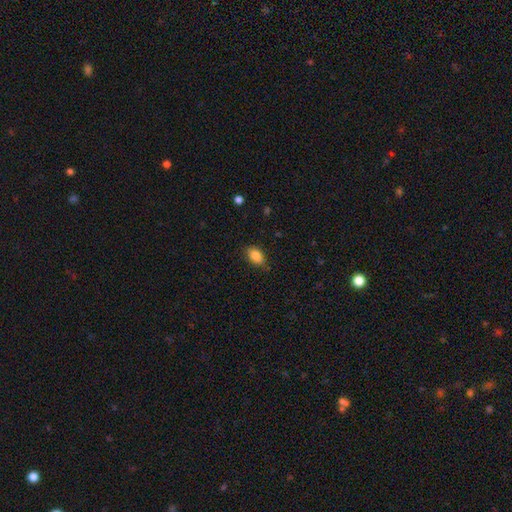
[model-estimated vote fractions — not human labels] This is clearly a smooth galaxy (87%). How rounded: clearly in between (89%). Merging: likely none (78%).